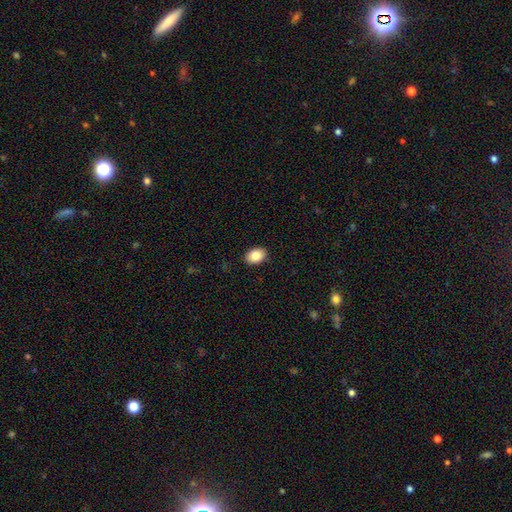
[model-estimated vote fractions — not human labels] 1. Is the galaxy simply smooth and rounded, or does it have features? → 85% smooth, 8% star or artifact, 7% featured or disk.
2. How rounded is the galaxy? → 80% in between, 19% round, 1% cigar-shaped.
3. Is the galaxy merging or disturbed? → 90% none, 7% minor disturbance, 2% major disturbance, 1% merger.